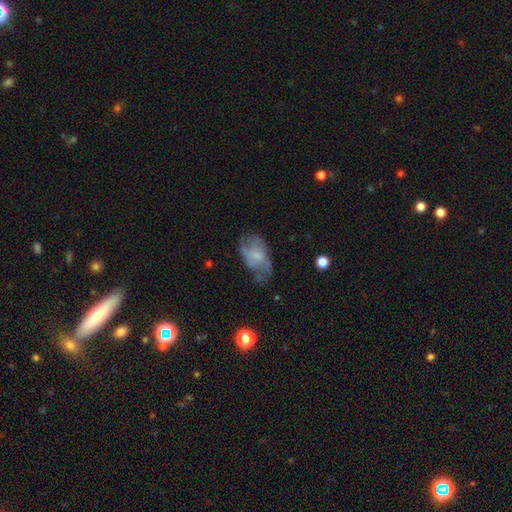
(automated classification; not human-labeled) Q: Smooth or featured?
A: featured or disk (55%); runner-up: smooth (37%)
Q: Edge-on disk?
A: no (95%); runner-up: yes (5%)
Q: Bar?
A: no (64%); runner-up: weak (31%)
Q: Spiral arms?
A: yes (67%); runner-up: no (33%)
Q: Bulge size?
A: small (49%); runner-up: moderate (28%)
Q: Merging?
A: none (48%); runner-up: minor disturbance (28%)